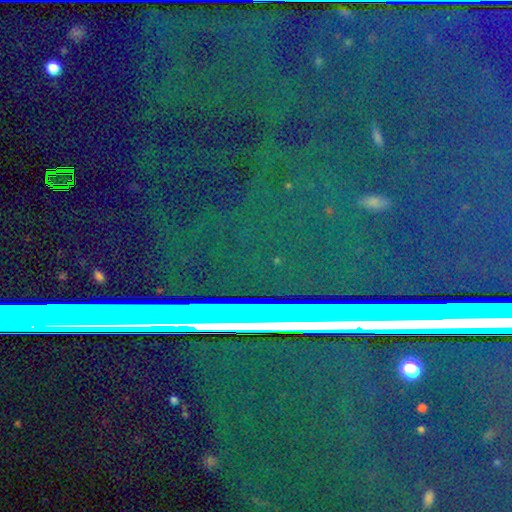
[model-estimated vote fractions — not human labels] star or artifact 84%, featured or disk 9%, smooth 7%.